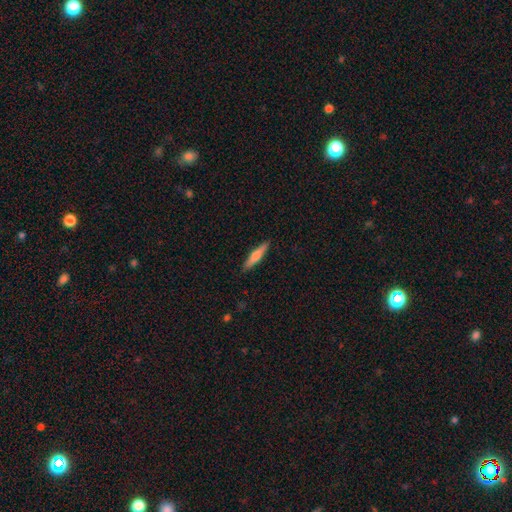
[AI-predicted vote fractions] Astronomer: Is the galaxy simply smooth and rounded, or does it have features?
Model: smooth — 59% (runner-up: featured or disk, 36%).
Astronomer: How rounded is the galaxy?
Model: cigar-shaped — 87%.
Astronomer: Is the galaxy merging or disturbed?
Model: none — 90%.